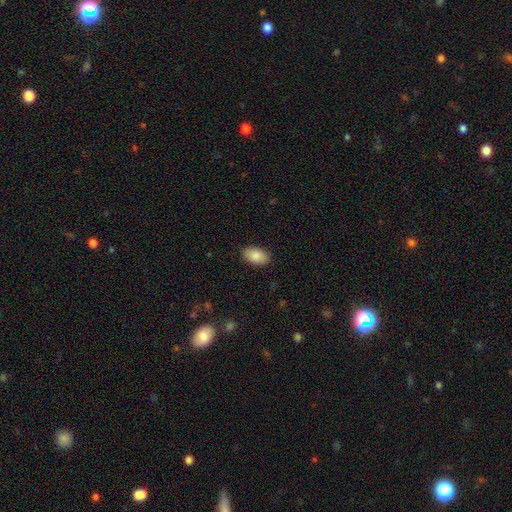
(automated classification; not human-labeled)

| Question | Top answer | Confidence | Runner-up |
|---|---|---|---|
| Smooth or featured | smooth | 88% | star or artifact (7%) |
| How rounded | in between | 94% | round (5%) |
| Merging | none | 88% | minor disturbance (9%) |